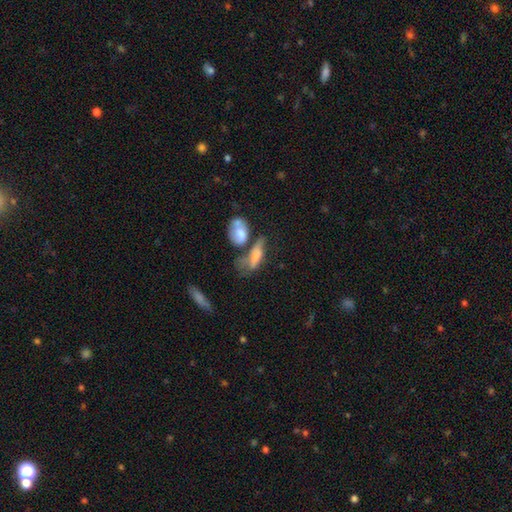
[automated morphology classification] Smooth or featured? smooth (60%)
How rounded? in between (69%)
Merging? merger (33%)